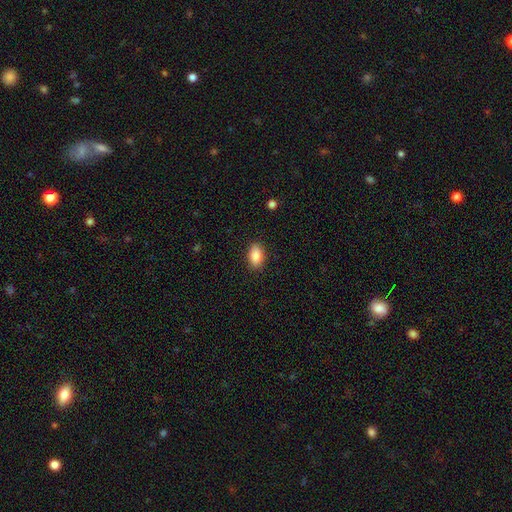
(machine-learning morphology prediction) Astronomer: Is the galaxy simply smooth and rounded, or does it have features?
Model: smooth — 88%.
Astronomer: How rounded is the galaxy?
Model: in between — 92%.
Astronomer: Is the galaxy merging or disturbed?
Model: none — 88%.